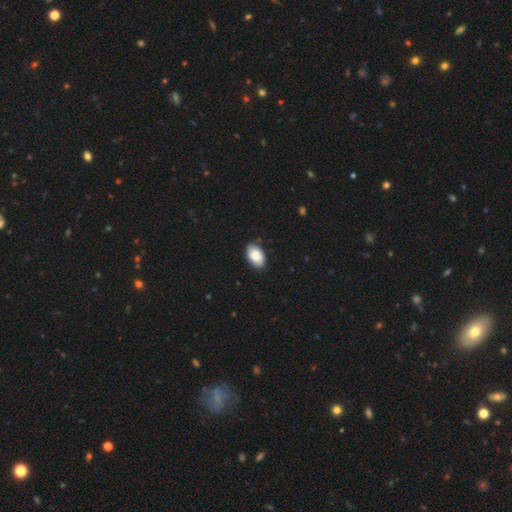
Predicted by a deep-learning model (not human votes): This is clearly a smooth galaxy (82%). How rounded: clearly in between (93%). Merging: clearly none (81%).